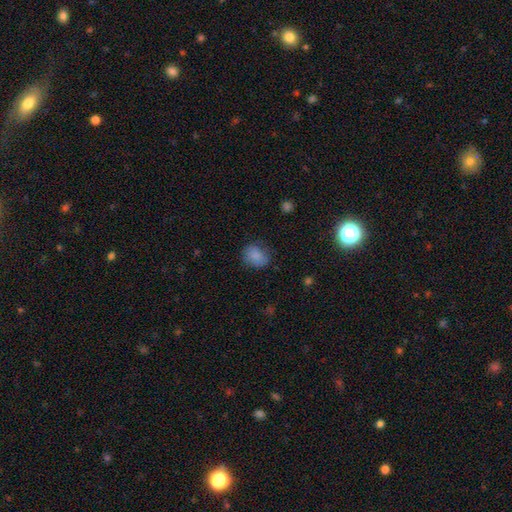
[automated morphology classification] Overall: smooth (84%). How rounded: in between (50%; round 49%). Merging: none (70%).